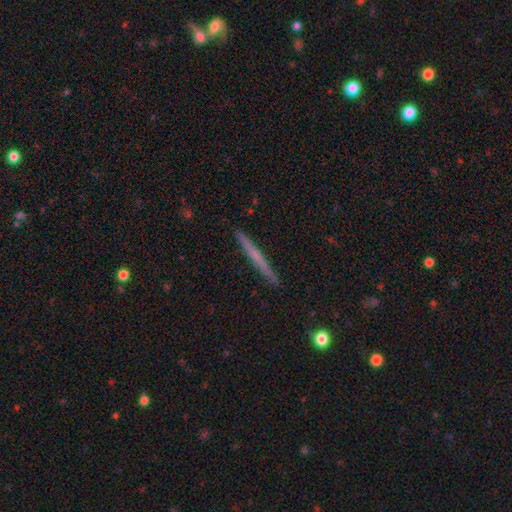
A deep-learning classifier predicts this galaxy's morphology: Smooth or featured: smooth — 47% (tied with featured or disk — 47%)
Merging: none — 92% (minor disturbance — 6%)